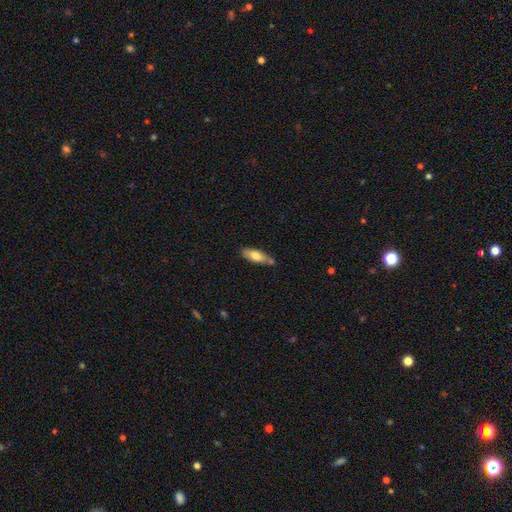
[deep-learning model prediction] This is likely a smooth galaxy (71%). How rounded: likely in between (65%). Merging: possibly none (58%).